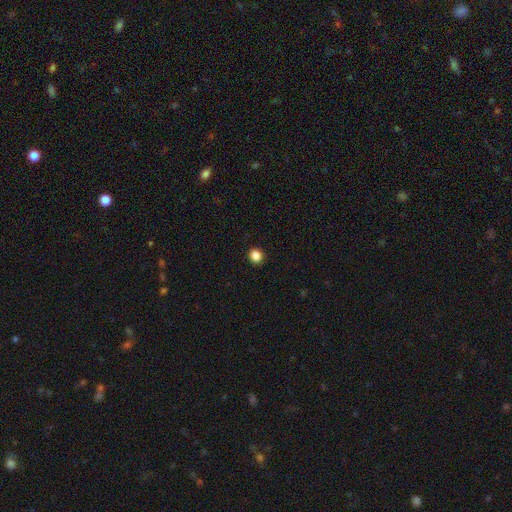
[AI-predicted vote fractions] smooth-or-featured: smooth: 86% | star or artifact: 11% | featured or disk: 3%
  how-rounded: round: 86% | in between: 13% | cigar-shaped: 1%
  merging: none: 93% | minor disturbance: 5% | major disturbance: 2% | merger: 1%